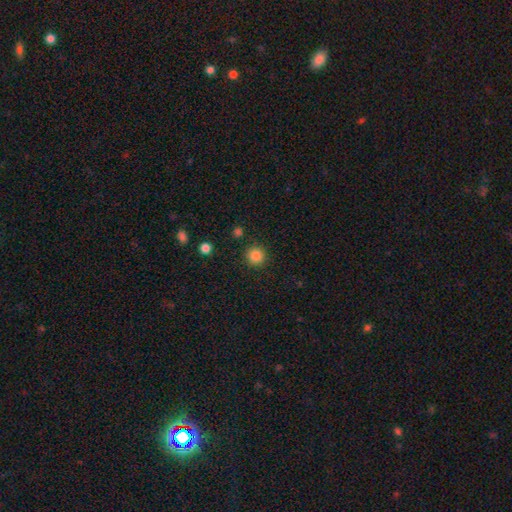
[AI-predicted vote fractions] A smooth galaxy with no disk features (85%) that is round (94%). Merging: none (90%).